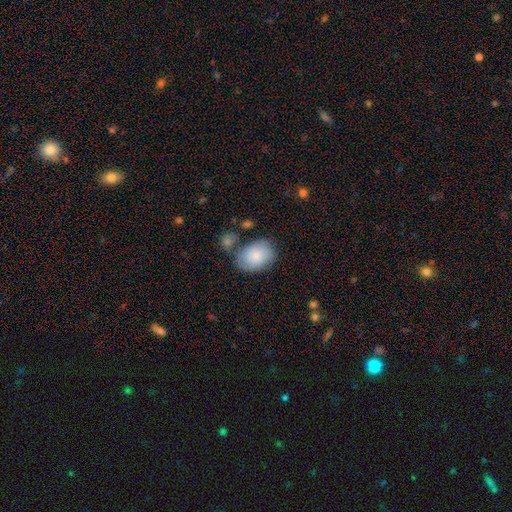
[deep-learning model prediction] smooth_or_featured: smooth (p=0.82) [alt: featured or disk p=0.12]
how_rounded: in between (p=0.75) [alt: round p=0.24]
merging: none (p=0.63) [alt: minor disturbance p=0.20]